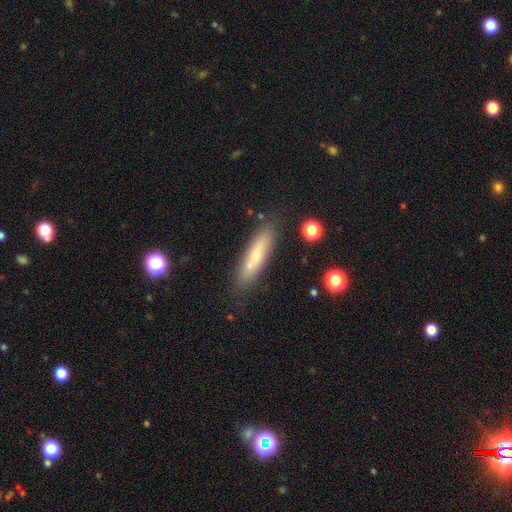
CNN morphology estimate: smooth 69%, featured or disk 23%, star or artifact 8%. Down the decision tree: how rounded — cigar-shaped (80%); merging — none (80%).